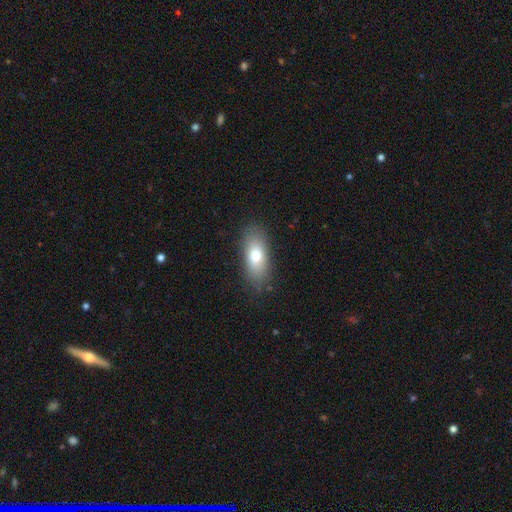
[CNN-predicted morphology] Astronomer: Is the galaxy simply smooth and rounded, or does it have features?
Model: smooth — 75%.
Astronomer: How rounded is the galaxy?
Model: in between — 82%.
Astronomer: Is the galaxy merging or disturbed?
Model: none — 83%.